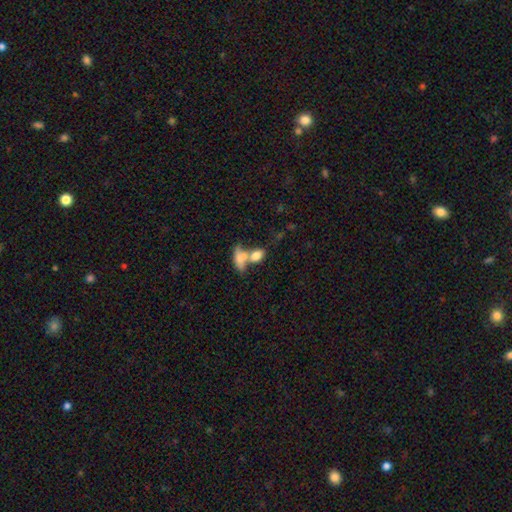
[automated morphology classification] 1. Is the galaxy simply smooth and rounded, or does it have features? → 75% smooth, 17% featured or disk, 8% star or artifact.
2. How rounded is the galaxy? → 80% in between, 14% round, 6% cigar-shaped.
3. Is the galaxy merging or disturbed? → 62% merger, 22% none, 8% minor disturbance, 8% major disturbance.